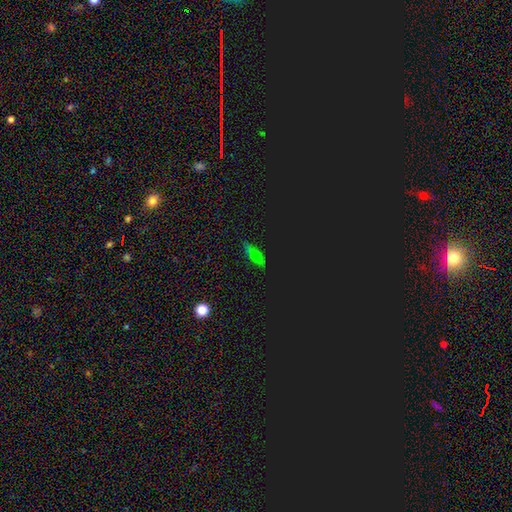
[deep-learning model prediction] This appears to be a star or artifact, not a galaxy (40%, tied with smooth).